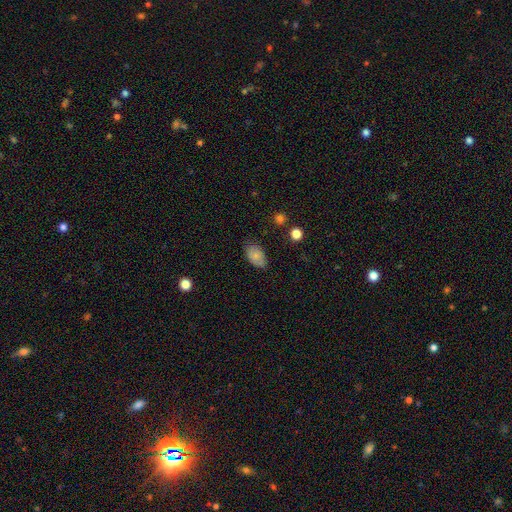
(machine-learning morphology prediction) A smooth galaxy with no disk features (71%) that is in between round and cigar-shaped (89%). Merging: none (74%).